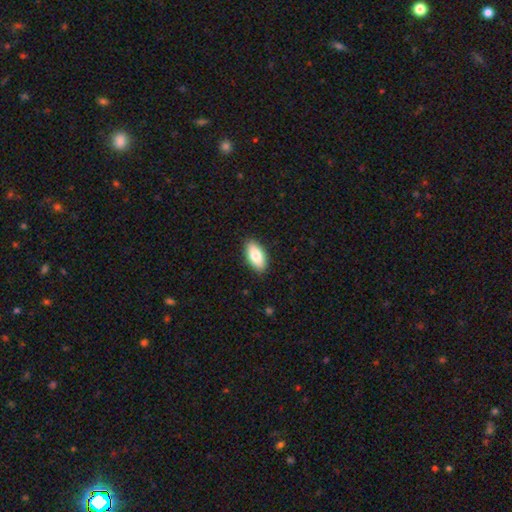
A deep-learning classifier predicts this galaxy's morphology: type=smooth (82%); roundness=in between (90%); merging=none (89%).